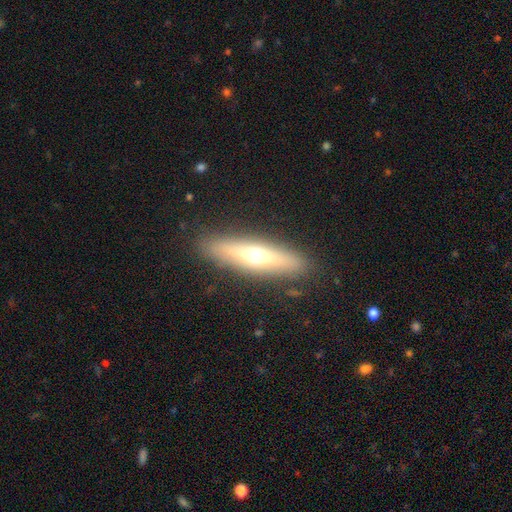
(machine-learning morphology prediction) This appears to be a smooth galaxy with no disk features (47%). Merging: none (87%).